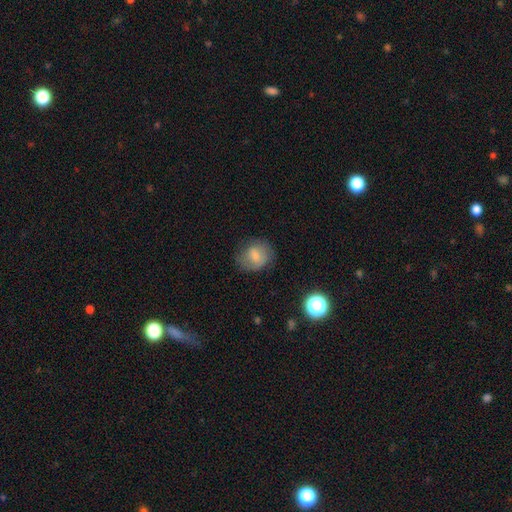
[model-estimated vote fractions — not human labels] Overall: smooth (71%). How rounded: round (61%; in between 37%). Merging: none (67%).